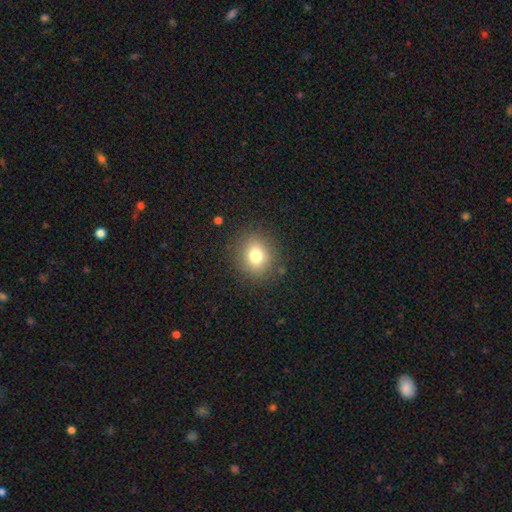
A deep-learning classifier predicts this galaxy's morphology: smooth 76%, star or artifact 13%, featured or disk 11%. Down the decision tree: how rounded — round (77%); merging — none (86%).